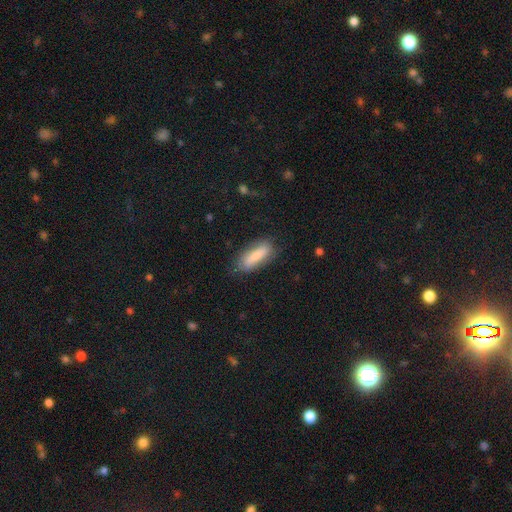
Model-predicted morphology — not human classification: A smooth galaxy with no disk features (77%) that is in between round and cigar-shaped (58%).

Vote fractions:
- Smooth or featured? smooth: 77% / featured or disk: 17% / star or artifact: 7%
- How rounded? in between: 58% / cigar-shaped: 40% / round: 2%
- Merging? none: 73% / minor disturbance: 20% / major disturbance: 6% / merger: 2%